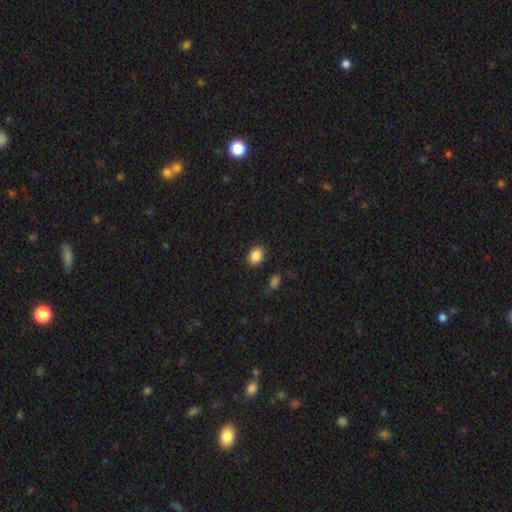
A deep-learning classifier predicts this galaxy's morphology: The model was most divided on "how rounded": in between: 61%, round: 38%, cigar-shaped: 1%. More confident: smooth or featured — smooth (87%); merging — none (85%).